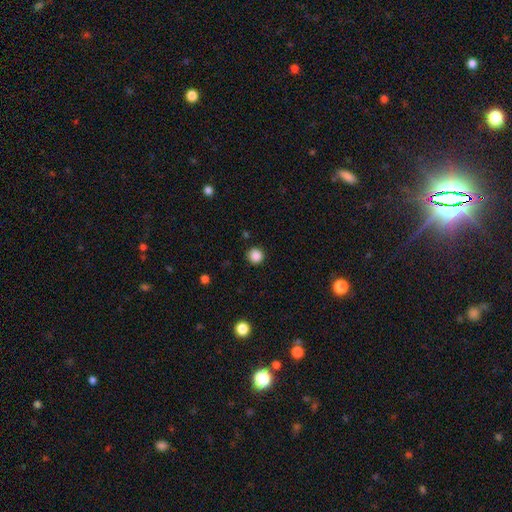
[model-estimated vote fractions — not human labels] Q: Smooth or featured?
A: smooth (87%); runner-up: star or artifact (10%)
Q: How rounded?
A: round (95%); runner-up: in between (4%)
Q: Merging?
A: none (91%); runner-up: minor disturbance (6%)